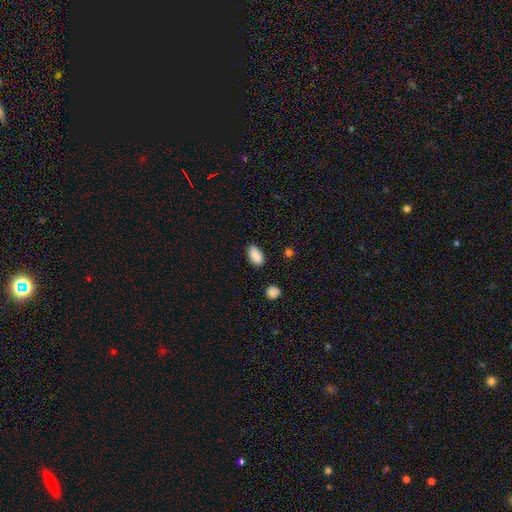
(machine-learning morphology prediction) A smooth galaxy with no disk features (88%) that is in between round and cigar-shaped (93%).

Vote fractions:
- Smooth or featured? smooth: 88% / star or artifact: 8% / featured or disk: 4%
- How rounded? in between: 93% / round: 5% / cigar-shaped: 2%
- Merging? none: 83% / minor disturbance: 12% / major disturbance: 2% / merger: 2%